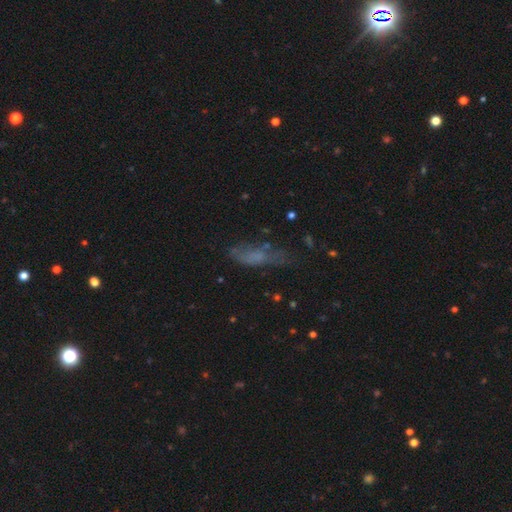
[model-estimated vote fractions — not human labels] Overall: smooth (51%; featured or disk 32%). How rounded: in between (51%; cigar-shaped 46%). Merging: none (45%; minor disturbance 27%).